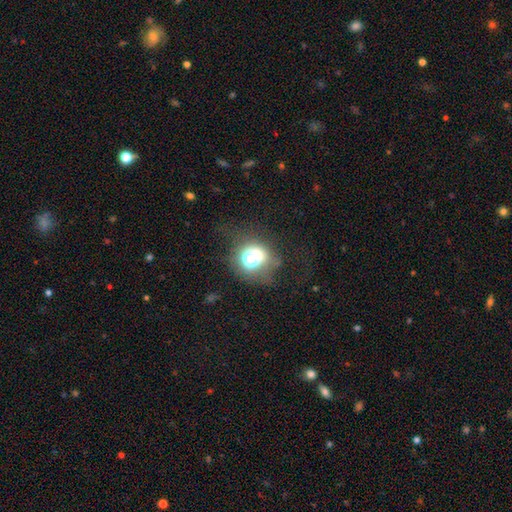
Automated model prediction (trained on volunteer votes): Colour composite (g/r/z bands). It shows a smooth galaxy with no disk features (51%) that is round (75%). Merging: none (56%).